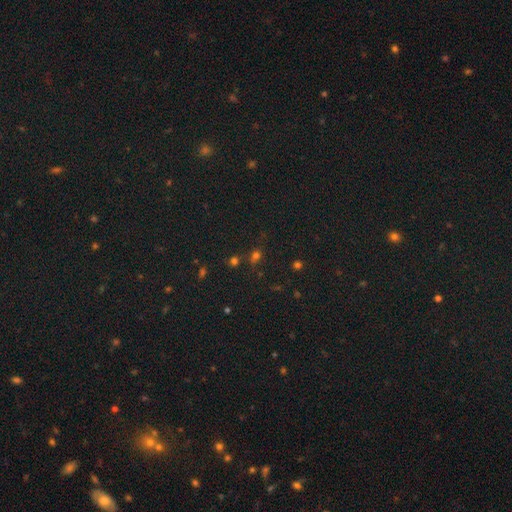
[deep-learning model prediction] Smooth or featured? Predicted: smooth (p=0.57). How rounded? Predicted: round (p=0.64). Merging? Predicted: none (p=0.63).